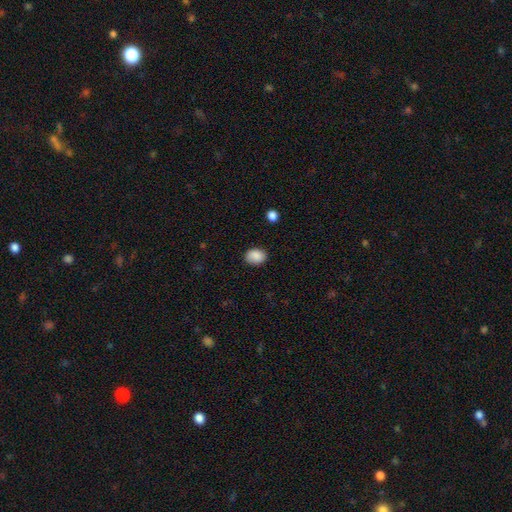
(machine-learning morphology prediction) This appears to be a smooth galaxy with no disk features (89%) that is in between round and cigar-shaped (61%). Merging: none (85%).